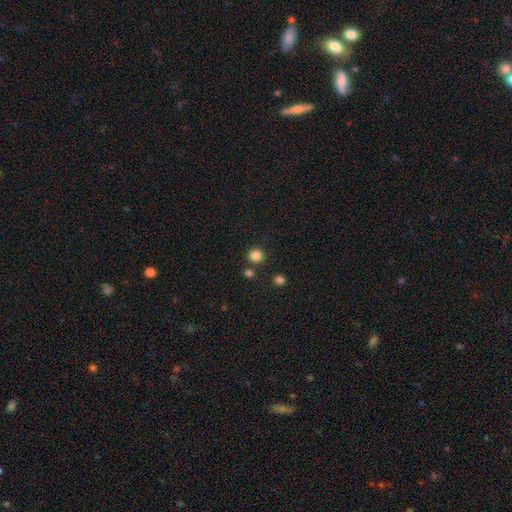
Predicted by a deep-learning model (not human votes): smooth-or-featured: smooth: 84% | star or artifact: 13% | featured or disk: 4%
  how-rounded: round: 93% | in between: 6% | cigar-shaped: 1%
  merging: none: 84% | merger: 7% | minor disturbance: 6% | major disturbance: 2%